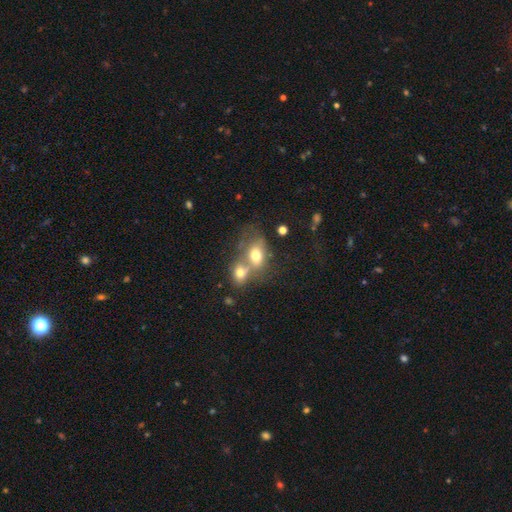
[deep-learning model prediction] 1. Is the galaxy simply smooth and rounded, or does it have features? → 69% smooth, 20% featured or disk, 10% star or artifact.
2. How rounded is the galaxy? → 71% in between, 28% round, 2% cigar-shaped.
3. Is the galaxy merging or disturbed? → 63% merger, 20% none, 9% minor disturbance, 8% major disturbance.